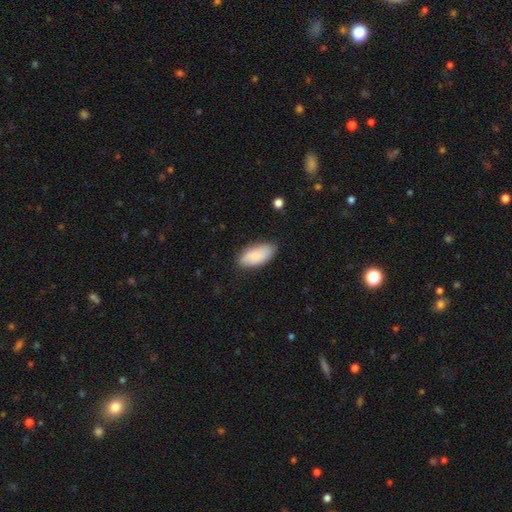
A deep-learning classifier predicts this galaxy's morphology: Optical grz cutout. It shows a smooth galaxy with no disk features (86%) that is in between round and cigar-shaped (91%). Merging: none (79%).